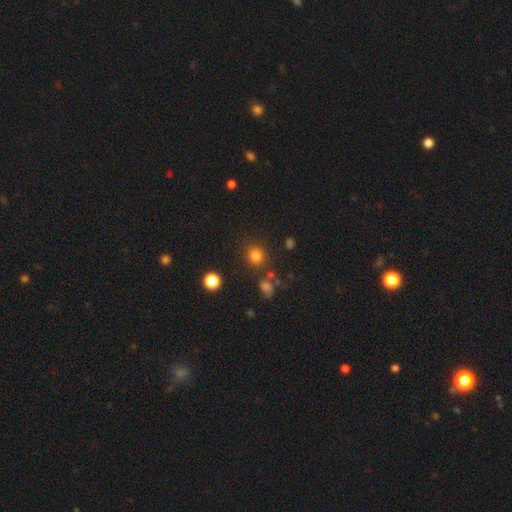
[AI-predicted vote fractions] The model was most divided on "smooth or featured": smooth: 80%, star or artifact: 14%, featured or disk: 5%. More confident: how rounded — round (85%); merging — none (82%).